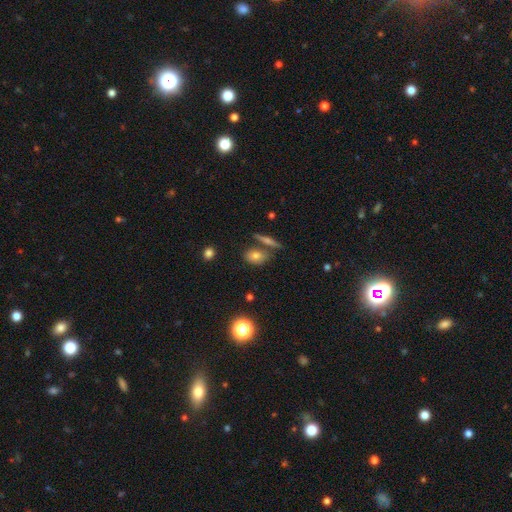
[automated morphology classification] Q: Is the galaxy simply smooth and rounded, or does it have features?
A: smooth — 73%.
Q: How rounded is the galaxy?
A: in between — 72%.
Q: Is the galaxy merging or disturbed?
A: none — 65%.